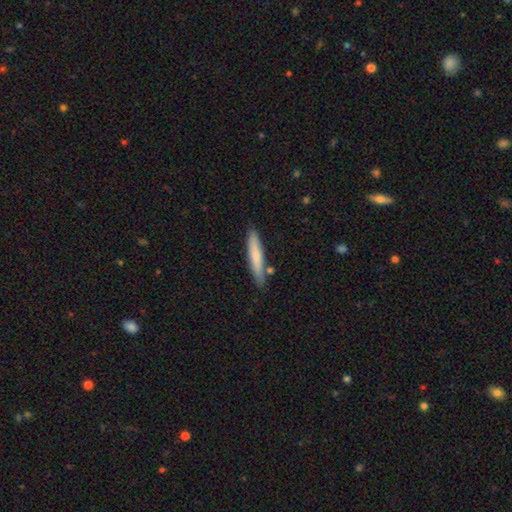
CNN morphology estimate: smooth-or-featured: smooth: 74% | featured or disk: 21% | star or artifact: 5%
  how-rounded: cigar-shaped: 91% | in between: 8% | round: 1%
  merging: none: 83% | minor disturbance: 11% | merger: 4% | major disturbance: 2%